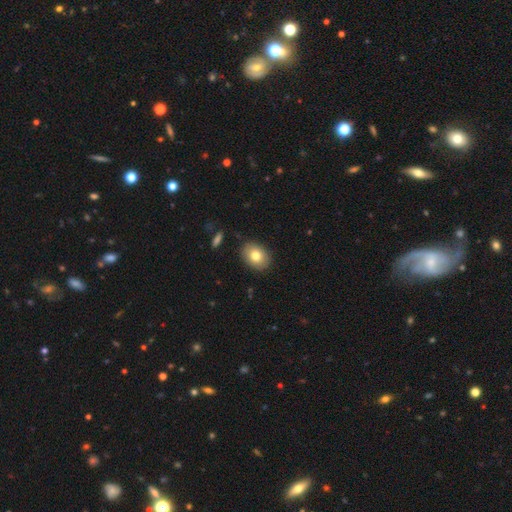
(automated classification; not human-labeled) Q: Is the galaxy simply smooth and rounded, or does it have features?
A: smooth — 78%.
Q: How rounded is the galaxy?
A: in between — 66%.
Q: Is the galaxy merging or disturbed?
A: none — 89%.